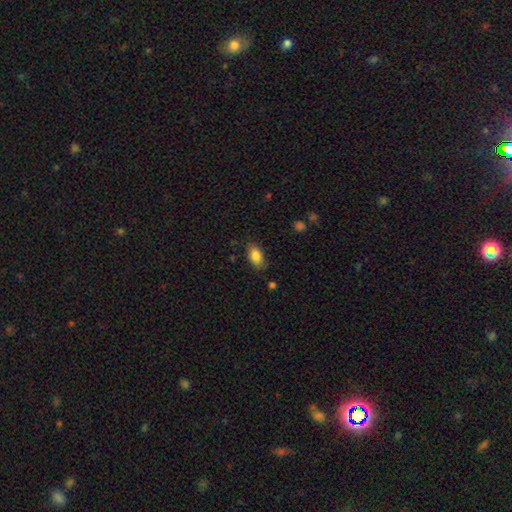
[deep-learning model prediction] Q: Smooth or featured?
A: smooth (85%); runner-up: star or artifact (7%)
Q: How rounded?
A: in between (89%); runner-up: round (8%)
Q: Merging?
A: none (77%); runner-up: minor disturbance (17%)